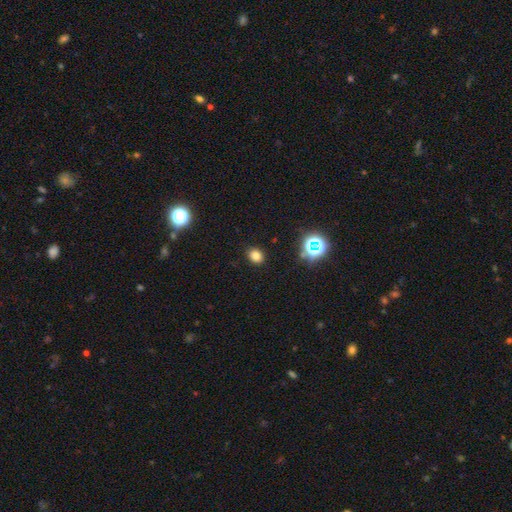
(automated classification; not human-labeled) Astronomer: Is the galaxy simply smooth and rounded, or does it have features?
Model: smooth — 77%.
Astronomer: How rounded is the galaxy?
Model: round — 52% (runner-up: in between, 47%).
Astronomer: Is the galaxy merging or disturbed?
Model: none — 89%.